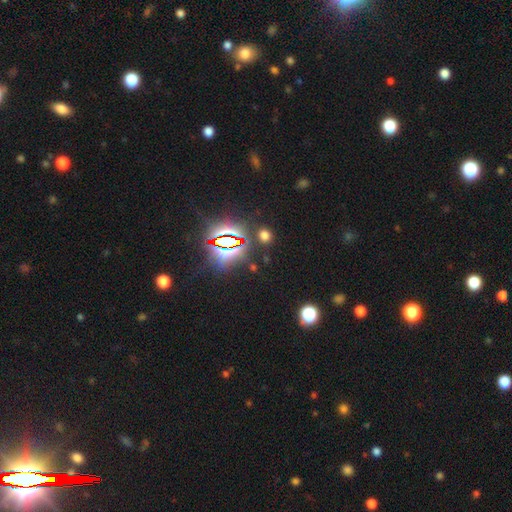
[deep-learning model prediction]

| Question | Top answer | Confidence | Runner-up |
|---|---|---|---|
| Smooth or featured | star or artifact | 83% | smooth (10%) |